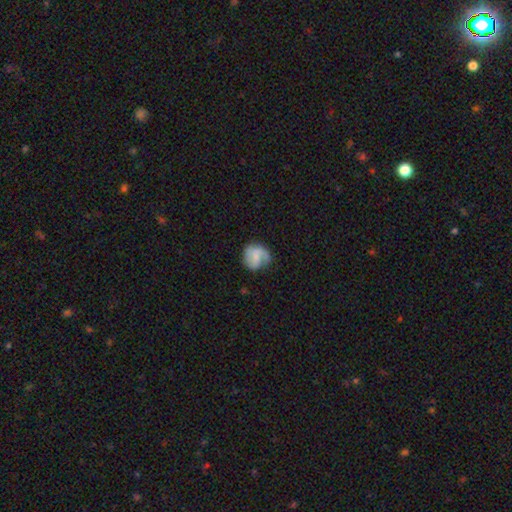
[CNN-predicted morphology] type=featured or disk (47%); merging=none (57%).